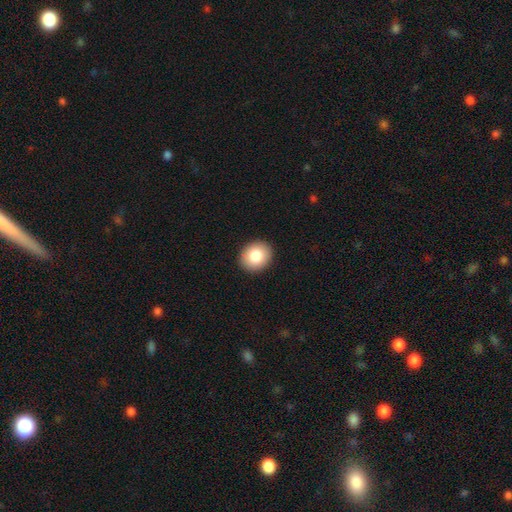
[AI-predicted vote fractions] Morphology: type=smooth (85%); roundness=round (70%); merging=none (92%).